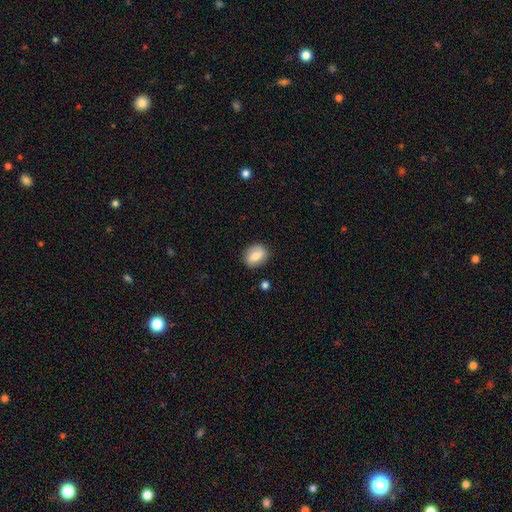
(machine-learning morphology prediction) smooth 70%, featured or disk 22%, star or artifact 8%. Down the decision tree: how rounded — in between (55%); merging — none (84%).